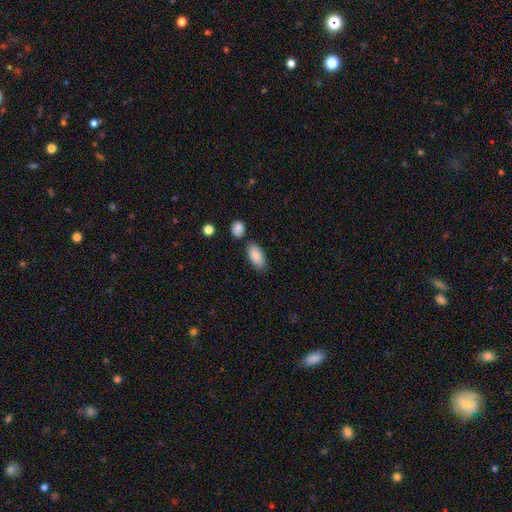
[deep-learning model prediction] smooth_or_featured: smooth (p=0.89) [alt: star or artifact p=0.06]
how_rounded: in between (p=0.91) [alt: cigar-shaped p=0.06]
merging: none (p=0.74) [alt: minor disturbance p=0.14]